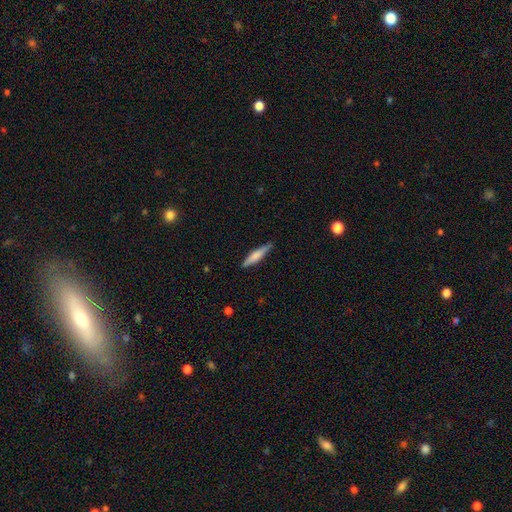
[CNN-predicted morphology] smooth-or-featured: smooth: 61% | featured or disk: 33% | star or artifact: 6%
  how-rounded: cigar-shaped: 87% | in between: 11% | round: 2%
  merging: none: 85% | minor disturbance: 11% | major disturbance: 2% | merger: 1%